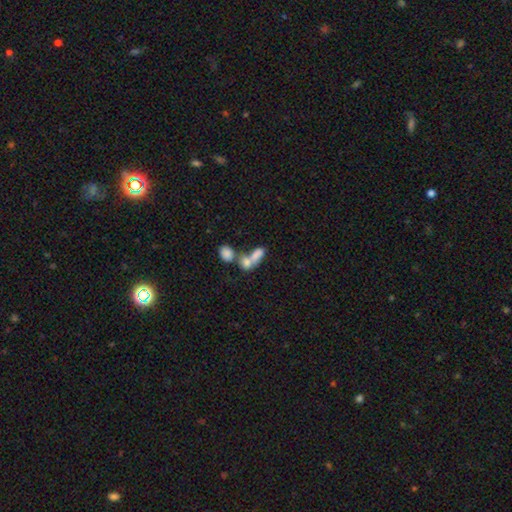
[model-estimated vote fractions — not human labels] A smooth galaxy with no disk features (73%) that is in between round and cigar-shaped (76%). Merging: merger (67%).